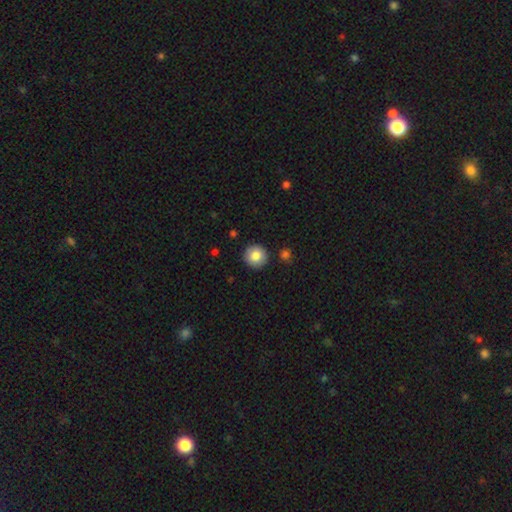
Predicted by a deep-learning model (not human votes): Morphology: type=smooth (84%); roundness=round (94%); merging=none (90%).